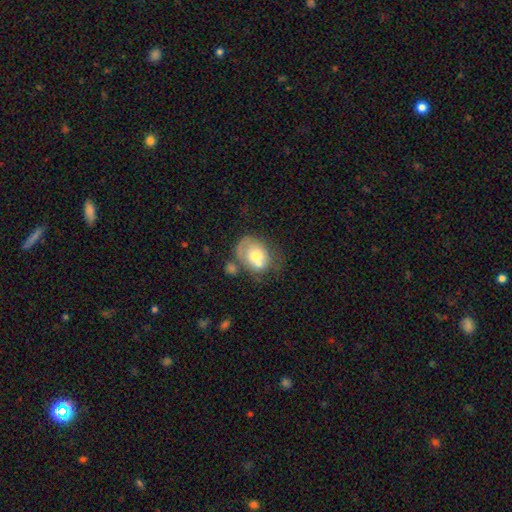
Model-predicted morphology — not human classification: A smooth galaxy with no disk features (54%) that is in between round and cigar-shaped (54%). Merging: merger (37%).